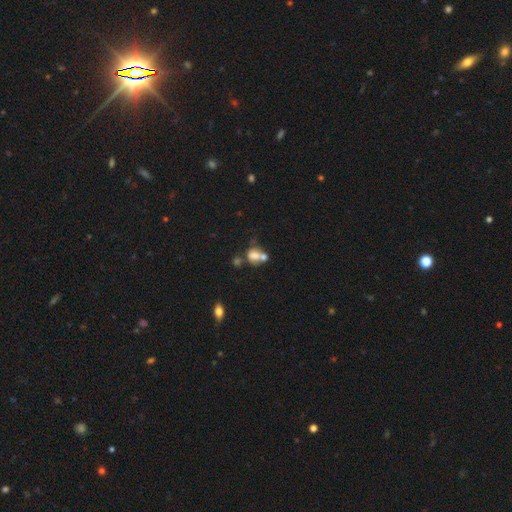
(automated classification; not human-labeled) Smooth or featured?
  - smooth: 66% *
  - featured or disk: 22%
  - star or artifact: 12%
How rounded?
  - in between: 61% *
  - round: 37%
  - cigar-shaped: 2%
Merging?
  - merger: 54% *
  - none: 25%
  - minor disturbance: 11%
  - major disturbance: 9%